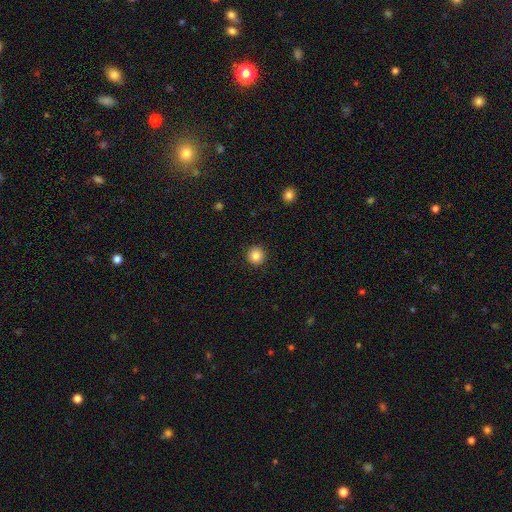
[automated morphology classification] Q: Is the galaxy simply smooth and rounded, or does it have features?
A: smooth — 85%.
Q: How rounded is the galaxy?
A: round — 95%.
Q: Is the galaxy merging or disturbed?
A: none — 93%.